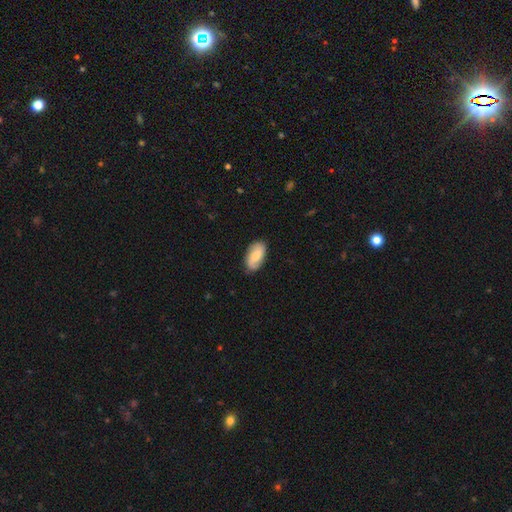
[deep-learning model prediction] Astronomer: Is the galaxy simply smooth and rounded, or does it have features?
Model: smooth — 58% (runner-up: featured or disk, 36%).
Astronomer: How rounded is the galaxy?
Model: in between — 93%.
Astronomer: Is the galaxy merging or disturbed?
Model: none — 82%.